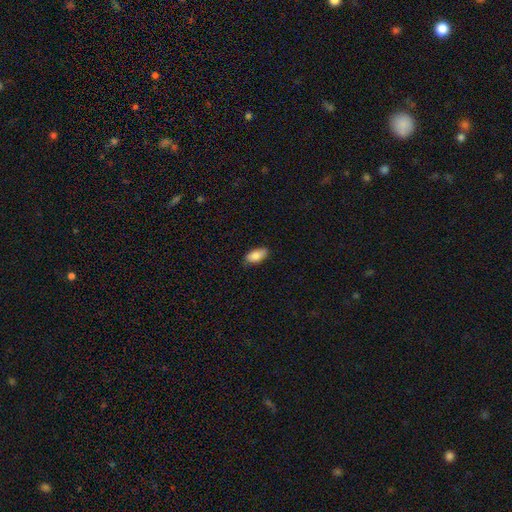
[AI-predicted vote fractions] Smooth or featured? Predicted: smooth (p=0.86). How rounded? Predicted: in between (p=0.90). Merging? Predicted: none (p=0.78).